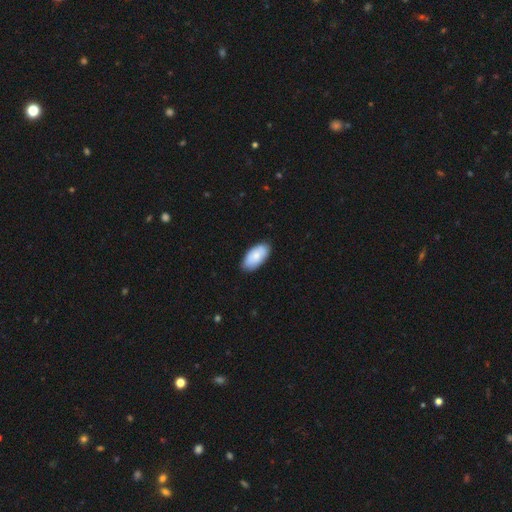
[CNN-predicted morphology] Smooth or featured? smooth (81%)
How rounded? in between (95%)
Merging? none (85%)